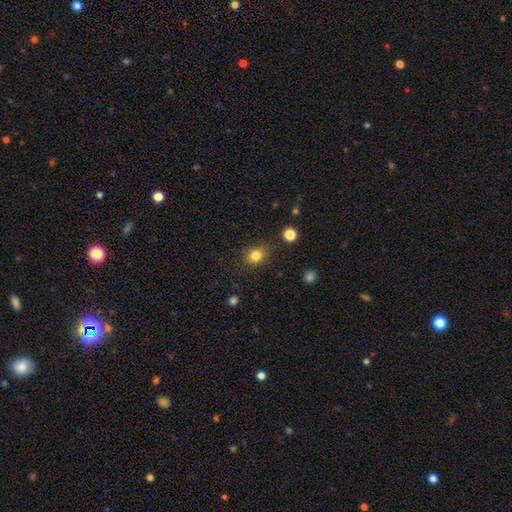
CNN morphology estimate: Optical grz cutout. It shows a smooth galaxy with no disk features (83%) that is round (68%). Merging: none (82%).